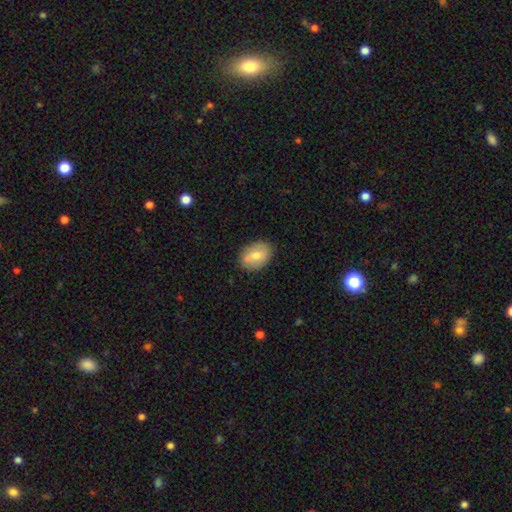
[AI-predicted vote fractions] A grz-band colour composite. It shows a smooth galaxy with no disk features (69%) that is in between round and cigar-shaped (79%). Merging: none (78%).